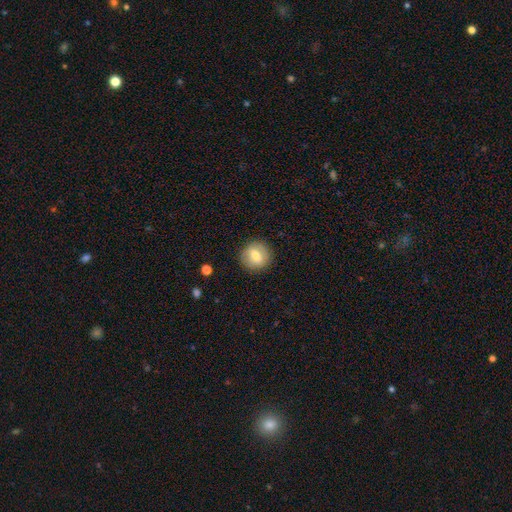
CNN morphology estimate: type=smooth (63%); roundness=round (88%); merging=none (87%).